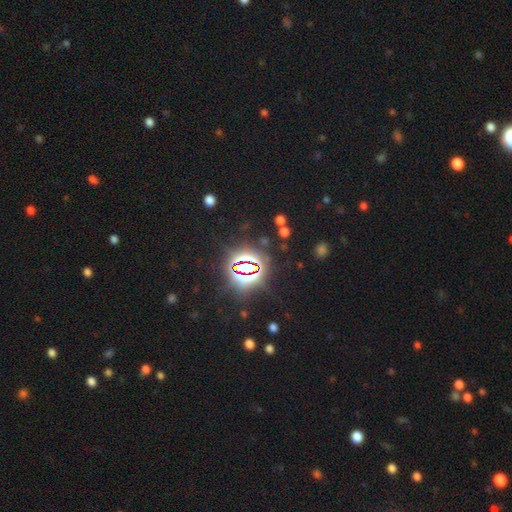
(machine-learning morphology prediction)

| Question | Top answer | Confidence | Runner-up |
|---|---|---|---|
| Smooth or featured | star or artifact | 84% | smooth (10%) |